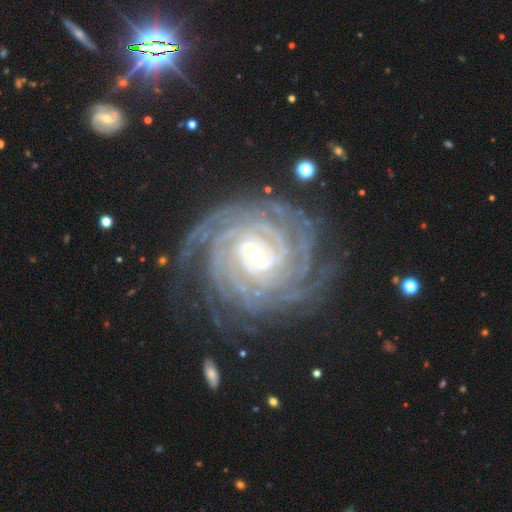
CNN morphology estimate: Overall: featured or disk (94%). Edge-on disk: no (98%). Bar: weak (46%; strong 41%). Spiral arms: yes (99%). Spiral arm count: 4 (25%; more than 4 22%). Spiral winding: tight (85%). Bulge size: moderate (53%; small 42%). Merging: none (79%).